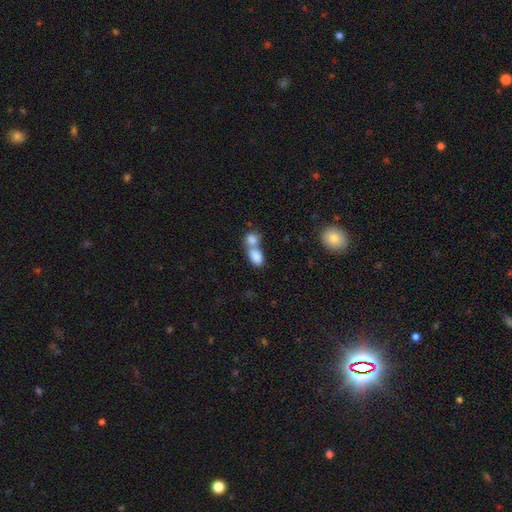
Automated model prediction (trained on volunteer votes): Smooth or featured? smooth (84%)
How rounded? in between (83%)
Merging? merger (69%)